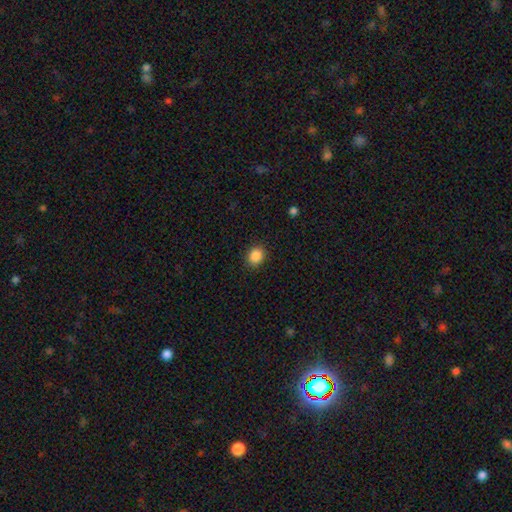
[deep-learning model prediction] smooth_or_featured: smooth (p=0.87) [alt: star or artifact p=0.10]
how_rounded: round (p=0.63) [alt: in between p=0.36]
merging: none (p=0.89) [alt: minor disturbance p=0.07]